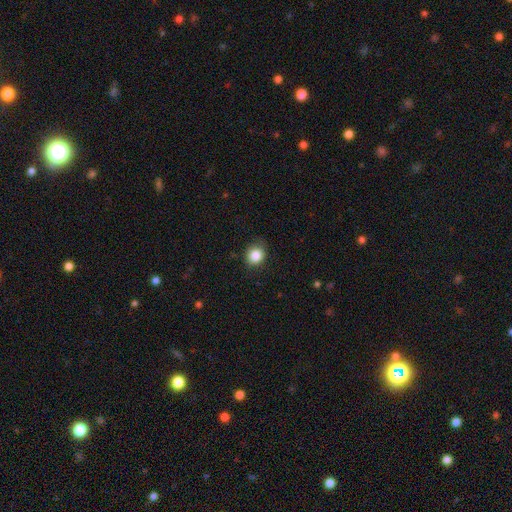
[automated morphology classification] A smooth galaxy with no disk features (85%) that is round (74%).

Vote fractions:
- Smooth or featured? smooth: 85% / star or artifact: 10% / featured or disk: 5%
- How rounded? round: 74% / in between: 25% / cigar-shaped: 1%
- Merging? none: 80% / minor disturbance: 15% / major disturbance: 3% / merger: 1%